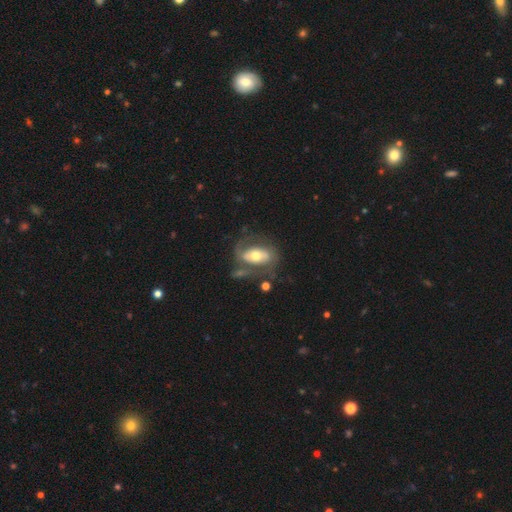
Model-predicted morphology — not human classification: The model was most divided on "bar": no: 40%, strong: 34%, weak: 26%. More confident: edge-on disk — no (93%); bulge size — moderate (67%); spiral arms — yes (65%); smooth or featured — featured or disk (65%); merging — none (51%).